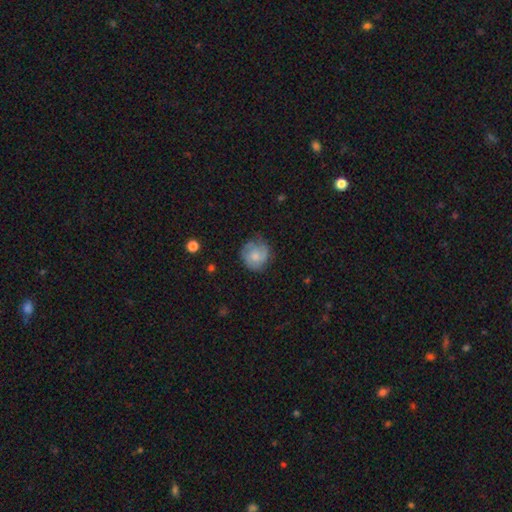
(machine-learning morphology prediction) A smooth galaxy with no disk features (58%) that is round (86%). Merging: none (64%).